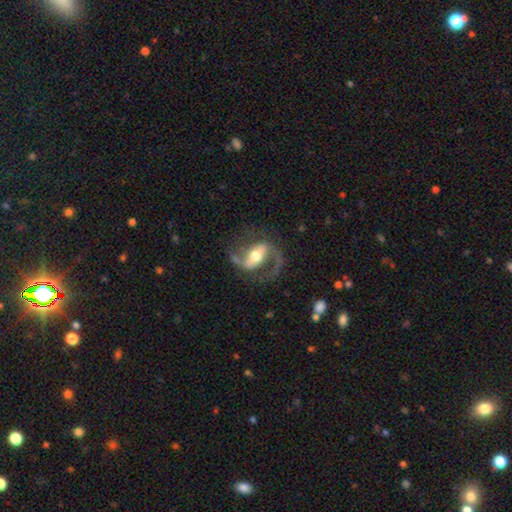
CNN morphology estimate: smooth_or_featured: featured or disk (p=0.87) [alt: smooth p=0.08]
disk_edge_on: no (p=0.95) [alt: yes p=0.05]
bar: strong (p=0.58) [alt: weak p=0.29]
has_spiral_arms: yes (p=0.93) [alt: no p=0.07]
spiral_winding: medium (p=0.48) [alt: loose p=0.41]
spiral_arm_count: 2 (p=0.88) [alt: 1 p=0.07]
bulge_size: moderate (p=0.69) [alt: small p=0.15]
merging: none (p=0.68) [alt: major disturbance p=0.15]